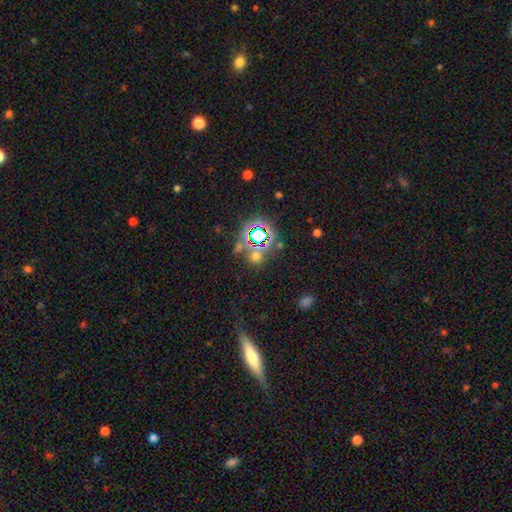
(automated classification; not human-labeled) Morphology: type=star or artifact (51%).